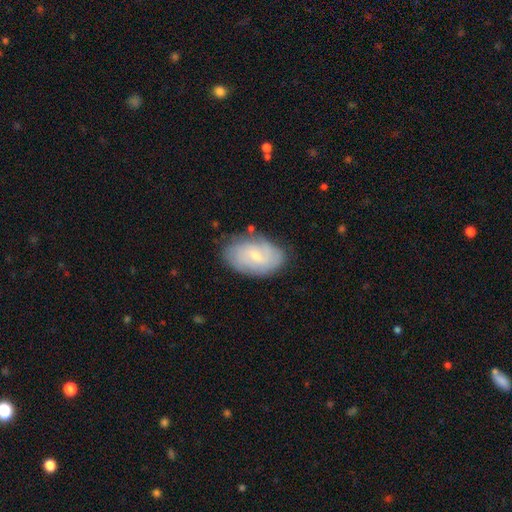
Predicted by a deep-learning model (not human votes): A featured or disk galaxy (58%) with a weak bar (47%), spiral arms (81%) and a small central bulge (67%). Merging: none (75%).